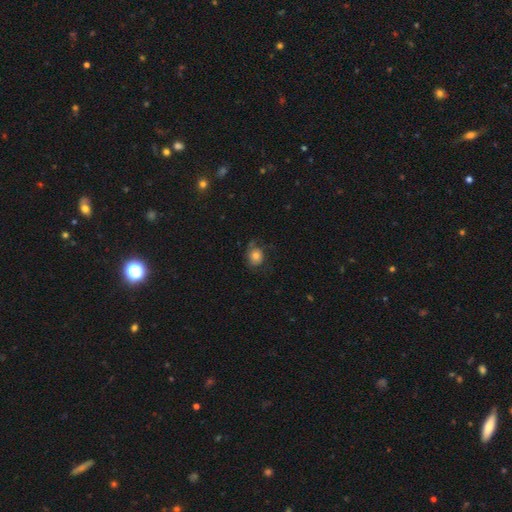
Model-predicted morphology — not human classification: A smooth galaxy with no disk features (66%) that is round (68%).

Vote fractions:
- Smooth or featured? smooth: 66% / featured or disk: 24% / star or artifact: 10%
- How rounded? round: 68% / in between: 31% / cigar-shaped: 1%
- Merging? none: 57% / minor disturbance: 26% / major disturbance: 16% / merger: 2%